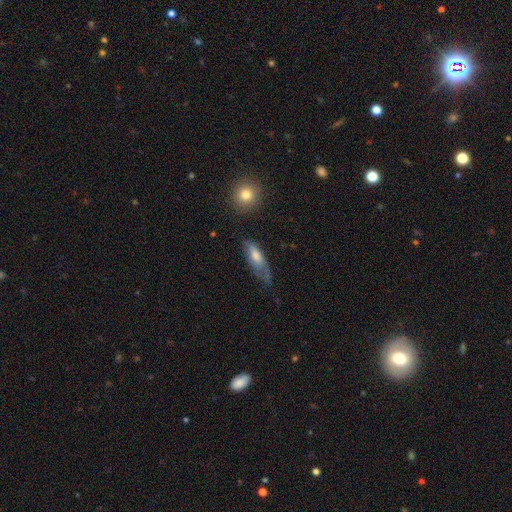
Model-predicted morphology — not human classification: The model was most divided on "merging": none: 43%, minor disturbance: 36%, major disturbance: 19%, merger: 3%. More confident: how rounded — in between (59%); smooth or featured — smooth (57%).